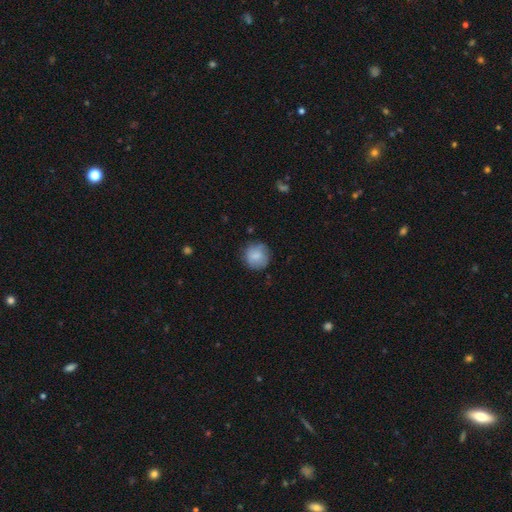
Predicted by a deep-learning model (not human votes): Overall: smooth (82%). How rounded: round (91%). Merging: none (79%).